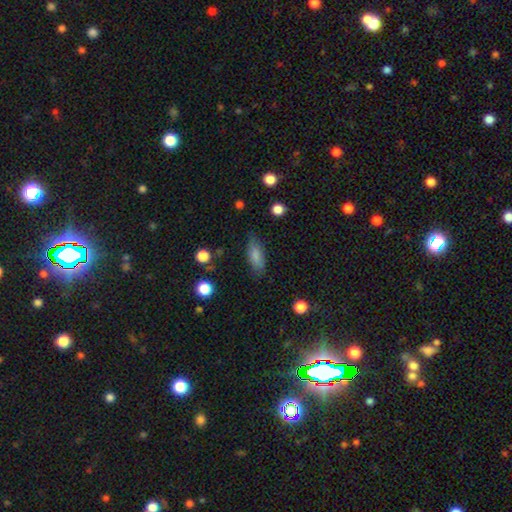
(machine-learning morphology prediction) The model was most divided on "how rounded": in between: 73%, cigar-shaped: 24%, round: 3%. More confident: smooth or featured — smooth (79%); merging — none (77%).